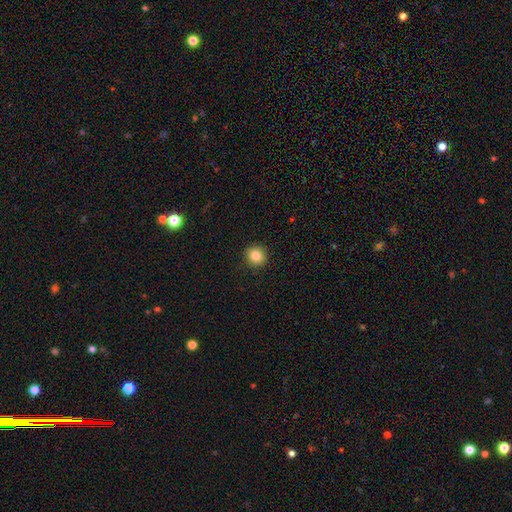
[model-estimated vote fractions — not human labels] Overall: smooth (84%). How rounded: round (90%). Merging: none (92%).